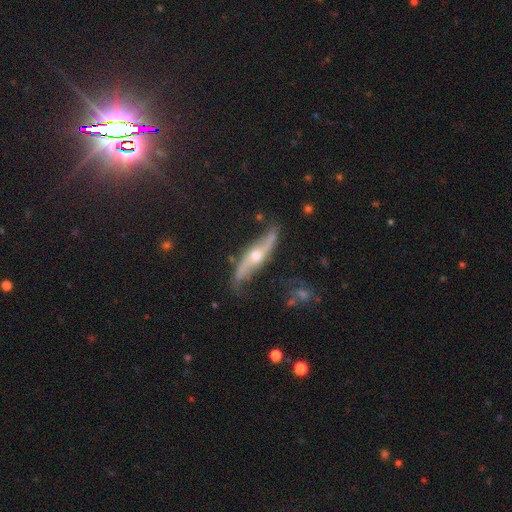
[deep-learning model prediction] Smooth or featured? featured or disk (81%)
Edge-on disk? yes (53%)
Merging? none (69%)